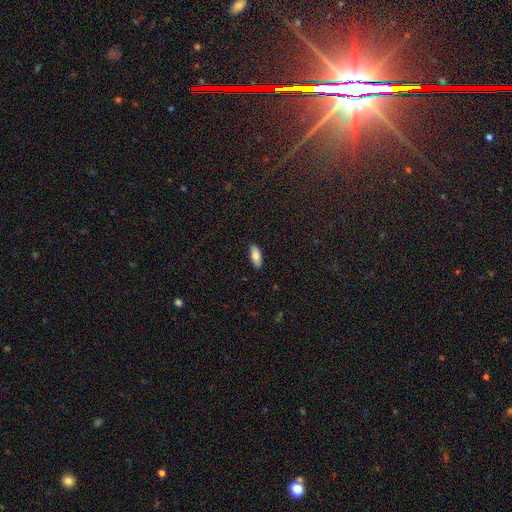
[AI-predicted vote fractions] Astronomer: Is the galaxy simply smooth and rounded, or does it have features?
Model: smooth — 85%.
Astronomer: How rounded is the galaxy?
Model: in between — 82%.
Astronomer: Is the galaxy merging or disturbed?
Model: none — 88%.